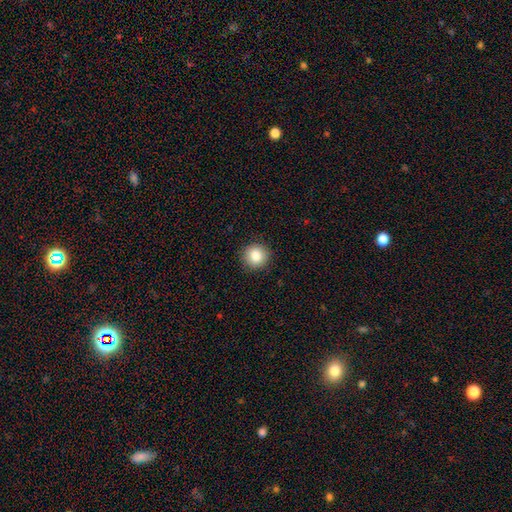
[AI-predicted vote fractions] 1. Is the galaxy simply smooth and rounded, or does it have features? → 84% smooth, 9% star or artifact, 6% featured or disk.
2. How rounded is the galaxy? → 93% round, 6% in between, 1% cigar-shaped.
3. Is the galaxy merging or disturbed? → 91% none, 6% minor disturbance, 2% major disturbance, 1% merger.